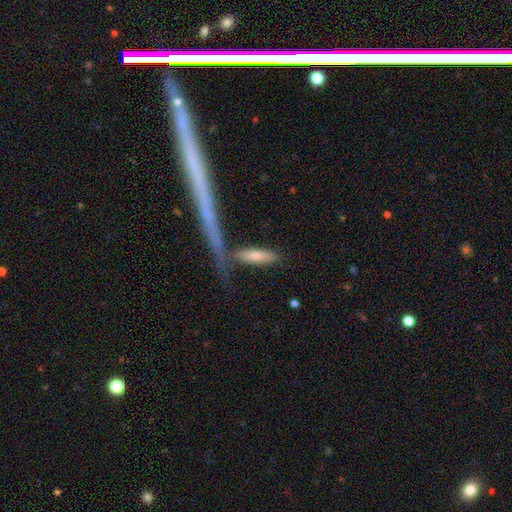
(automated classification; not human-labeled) A smooth galaxy with no disk features (67%) that is cigar-shaped (67%).

Vote fractions:
- Smooth or featured? smooth: 67% / featured or disk: 26% / star or artifact: 7%
- How rounded? cigar-shaped: 67% / in between: 30% / round: 3%
- Merging? none: 59% / merger: 19% / minor disturbance: 15% / major disturbance: 7%